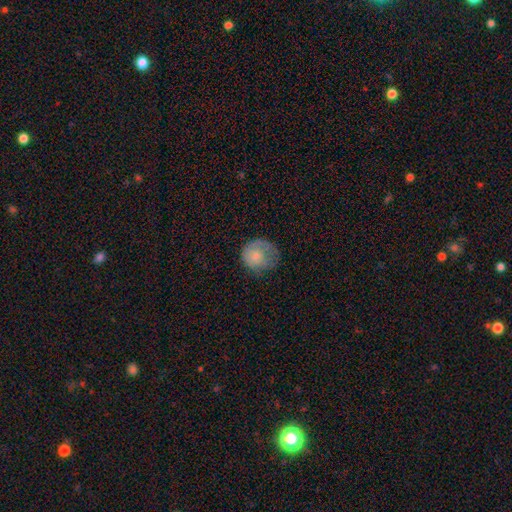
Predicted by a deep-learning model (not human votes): Q: Smooth or featured?
A: smooth (69%); runner-up: featured or disk (24%)
Q: How rounded?
A: round (79%); runner-up: in between (20%)
Q: Merging?
A: none (47%); runner-up: minor disturbance (28%)